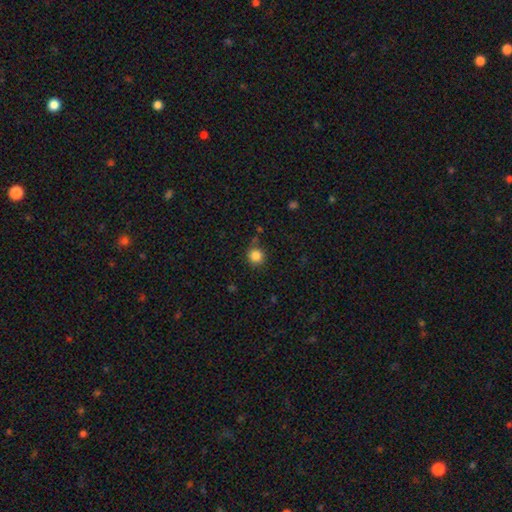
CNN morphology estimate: Smooth or featured: smooth — 84% (star or artifact — 11%)
How rounded: round — 92% (in between — 7%)
Merging: none — 83% (minor disturbance — 10%)